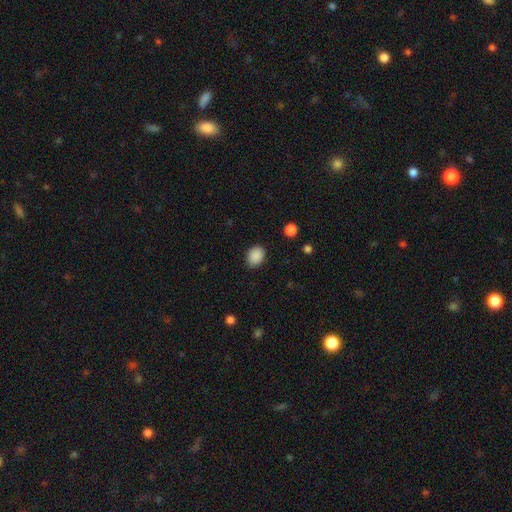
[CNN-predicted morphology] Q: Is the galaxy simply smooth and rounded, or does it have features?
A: smooth — 89%.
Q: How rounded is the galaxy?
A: in between — 53%.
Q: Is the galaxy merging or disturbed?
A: none — 83%.